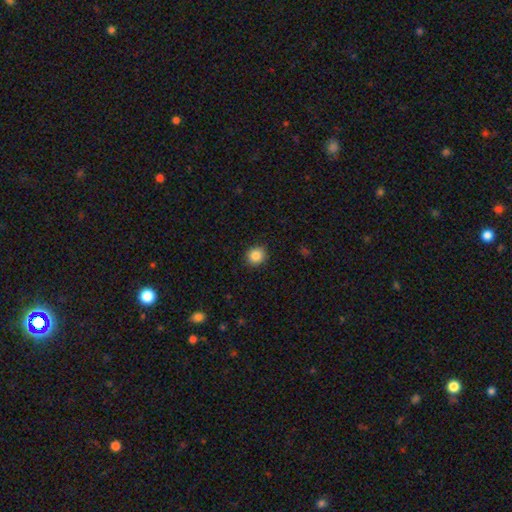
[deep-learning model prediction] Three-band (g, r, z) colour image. It shows a smooth galaxy with no disk features (86%) that is round (83%). Merging: none (90%).